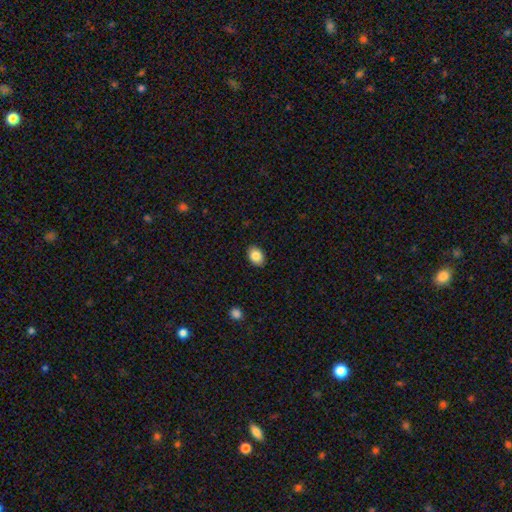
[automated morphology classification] Overall: smooth (86%). How rounded: in between (77%). Merging: none (88%).